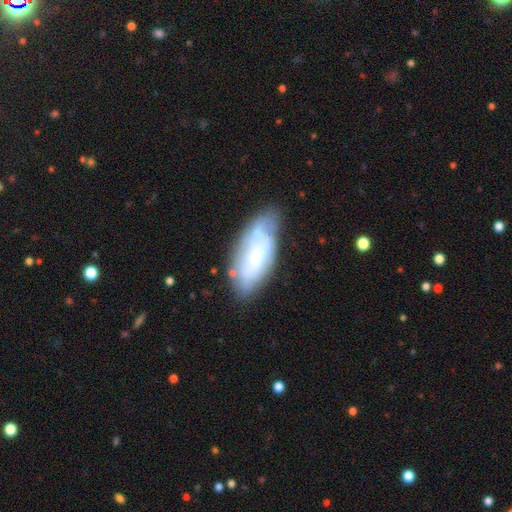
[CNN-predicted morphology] A smooth galaxy with no disk features (50%). Merging: none (59%).